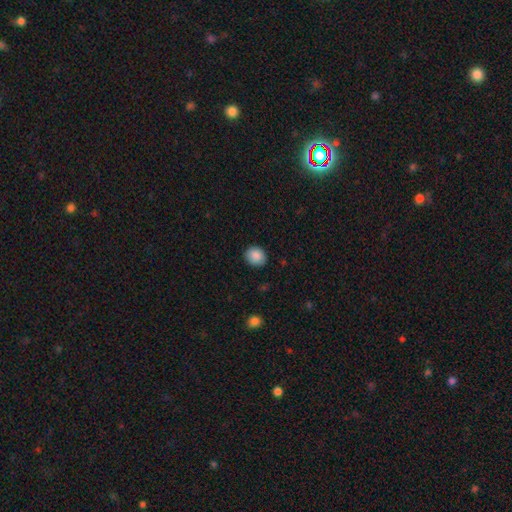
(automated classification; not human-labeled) The model was most divided on "how rounded": round: 66%, in between: 33%, cigar-shaped: 1%. More confident: smooth or featured — smooth (88%); merging — none (88%).